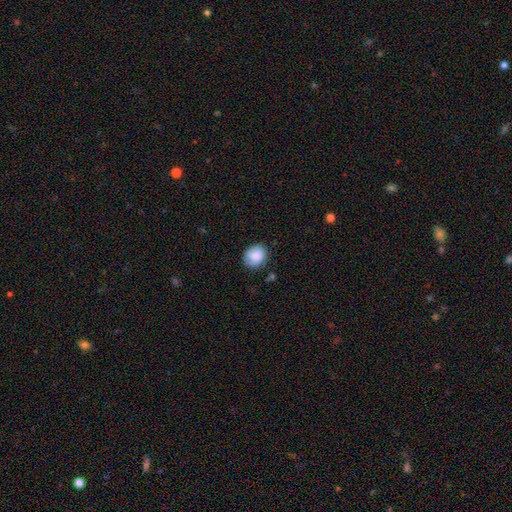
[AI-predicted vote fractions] Smooth or featured? smooth (84%)
How rounded? round (63%)
Merging? none (75%)